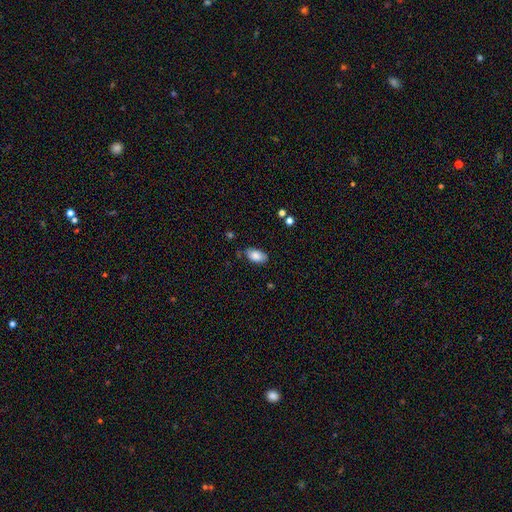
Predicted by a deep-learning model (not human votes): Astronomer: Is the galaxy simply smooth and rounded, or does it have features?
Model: smooth — 82%.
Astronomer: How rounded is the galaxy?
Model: in between — 93%.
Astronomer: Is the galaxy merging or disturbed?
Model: none — 74%.